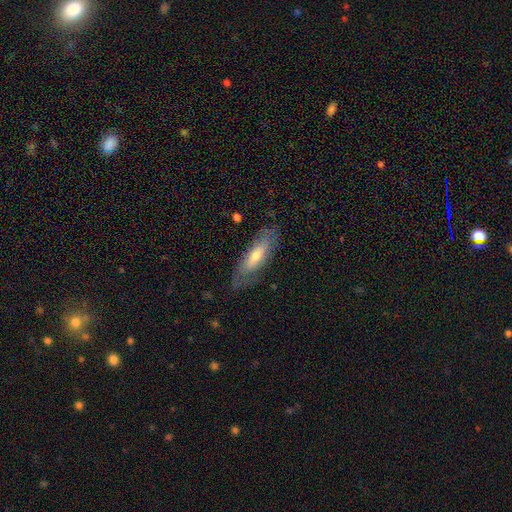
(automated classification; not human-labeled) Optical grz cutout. It shows a smooth galaxy with no disk features (56%) that is cigar-shaped (51%). Merging: none (75%).